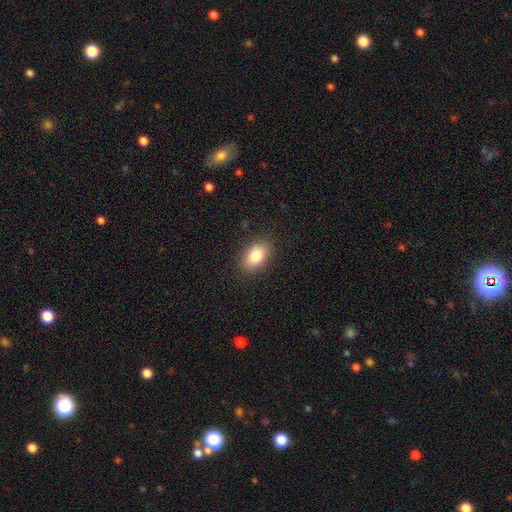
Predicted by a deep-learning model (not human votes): The model was most divided on "how rounded": in between: 86%, round: 12%, cigar-shaped: 2%. More confident: merging — none (87%); smooth or featured — smooth (83%).